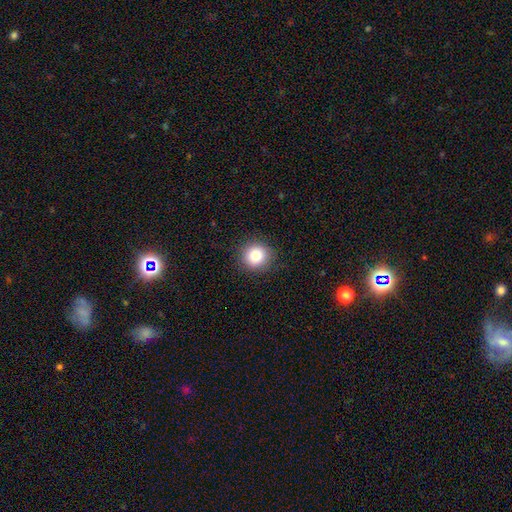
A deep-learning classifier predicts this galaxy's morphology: This is clearly a smooth galaxy (81%). How rounded: clearly round (92%). Merging: clearly none (90%).